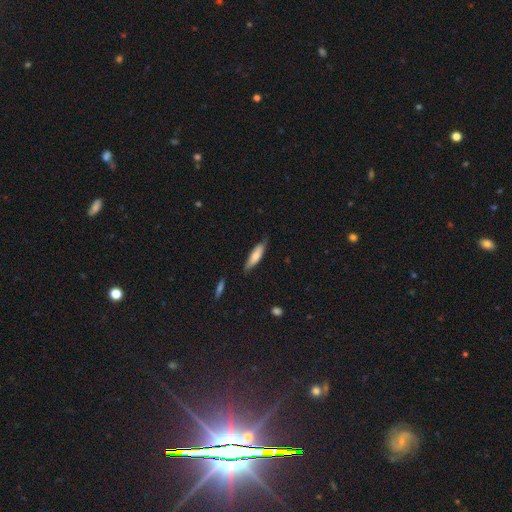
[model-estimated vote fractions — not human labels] This appears to be a smooth galaxy with no disk features (74%) that is cigar-shaped (63%). Merging: none (74%).